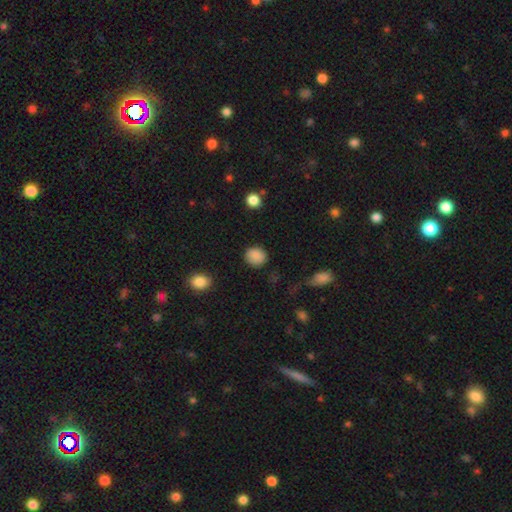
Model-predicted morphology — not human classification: type=smooth (88%); roundness=round (82%); merging=none (87%).